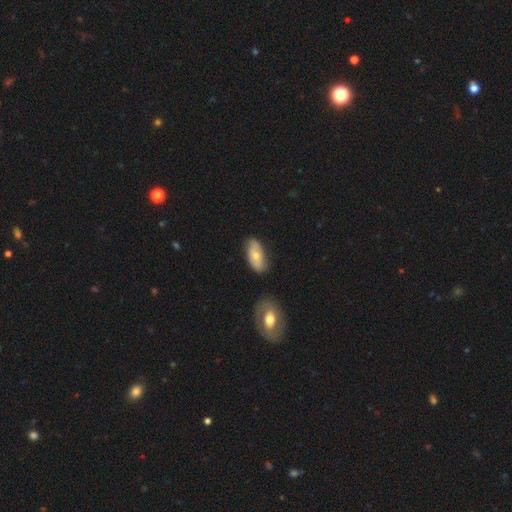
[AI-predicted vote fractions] A smooth galaxy with no disk features (62%) that is in between round and cigar-shaped (91%).

Vote fractions:
- Smooth or featured? smooth: 62% / featured or disk: 32% / star or artifact: 6%
- How rounded? in between: 91% / cigar-shaped: 6% / round: 3%
- Merging? none: 74% / minor disturbance: 19% / merger: 4% / major disturbance: 4%